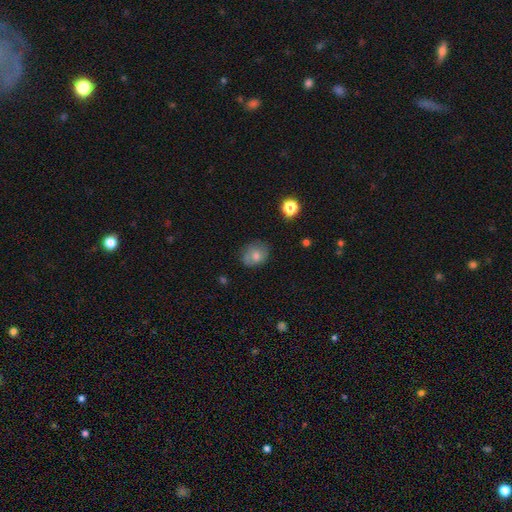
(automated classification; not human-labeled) Overall: smooth (66%). How rounded: round (50%; in between 49%). Merging: none (69%).